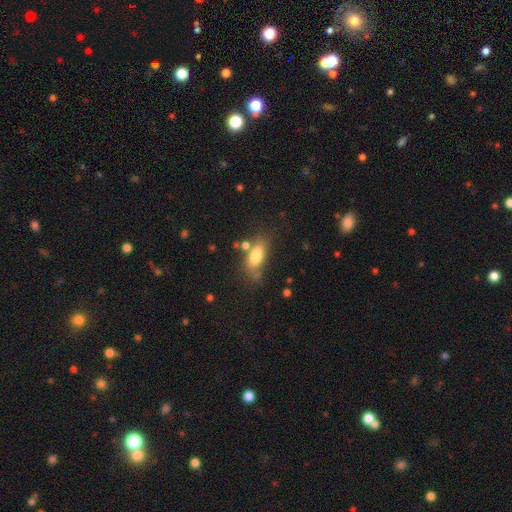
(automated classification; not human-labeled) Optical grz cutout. It shows a smooth galaxy with no disk features (77%) that is in between round and cigar-shaped (81%). Merging: none (63%).